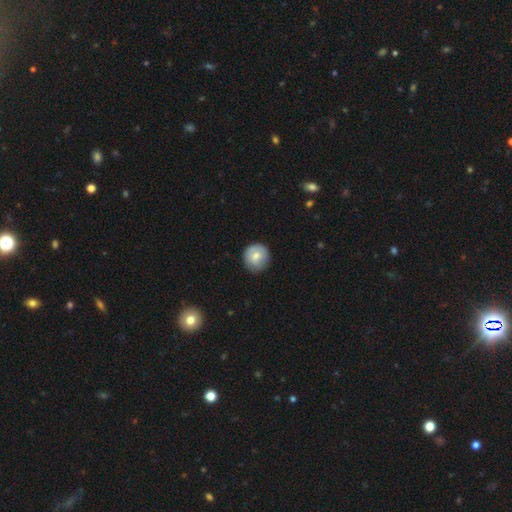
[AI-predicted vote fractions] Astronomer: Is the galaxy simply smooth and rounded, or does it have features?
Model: smooth — 73%.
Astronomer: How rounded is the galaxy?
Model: round — 92%.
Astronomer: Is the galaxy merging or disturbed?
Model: none — 81%.